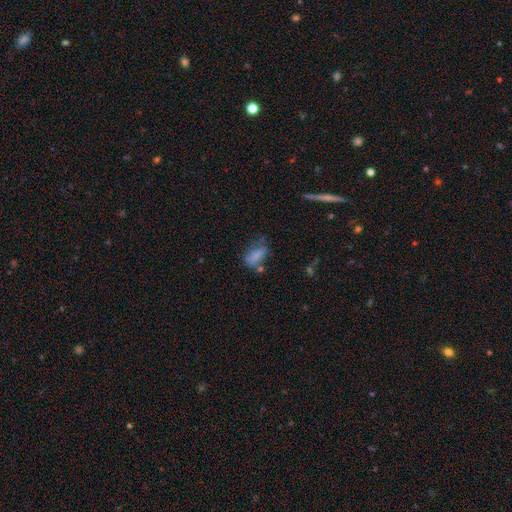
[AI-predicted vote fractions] Smooth or featured? smooth (71%)
How rounded? in between (78%)
Merging? none (38%)